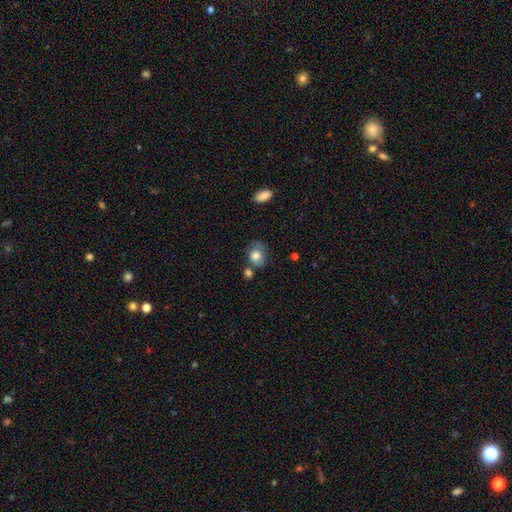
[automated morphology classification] This is likely a smooth galaxy (80%). How rounded: possibly in between (57%). Merging: possibly none (48%).